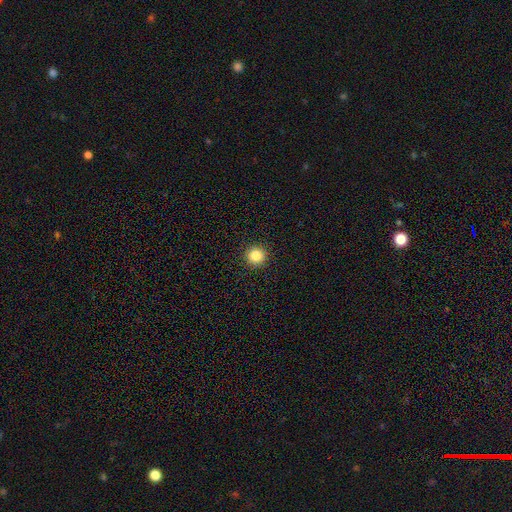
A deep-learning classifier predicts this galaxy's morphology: smooth_or_featured: smooth (p=0.84) [alt: star or artifact p=0.11]
how_rounded: round (p=0.96) [alt: in between p=0.03]
merging: none (p=0.93) [alt: minor disturbance p=0.04]